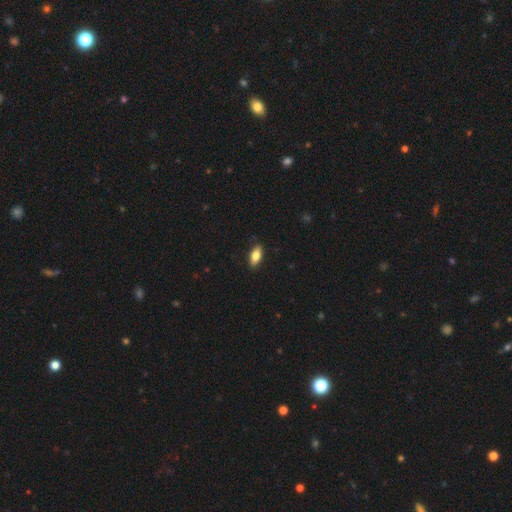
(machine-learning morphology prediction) A smooth galaxy with no disk features (77%) that is in between round and cigar-shaped (85%).

Vote fractions:
- Smooth or featured? smooth: 77% / featured or disk: 16% / star or artifact: 6%
- How rounded? in between: 85% / cigar-shaped: 12% / round: 3%
- Merging? none: 88% / minor disturbance: 9% / major disturbance: 2% / merger: 1%